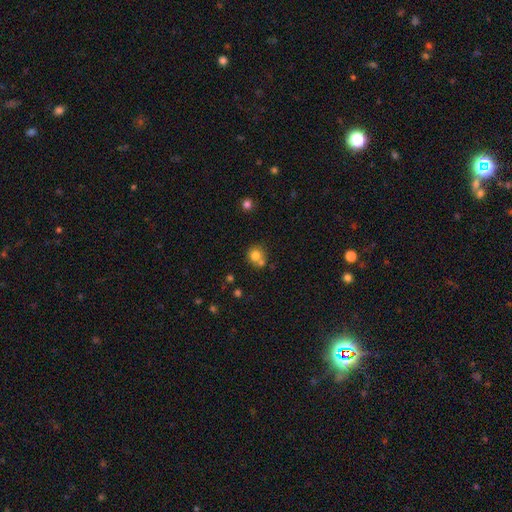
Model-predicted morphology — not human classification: A smooth galaxy with no disk features (76%) that is round (88%). Merging: none (54%).